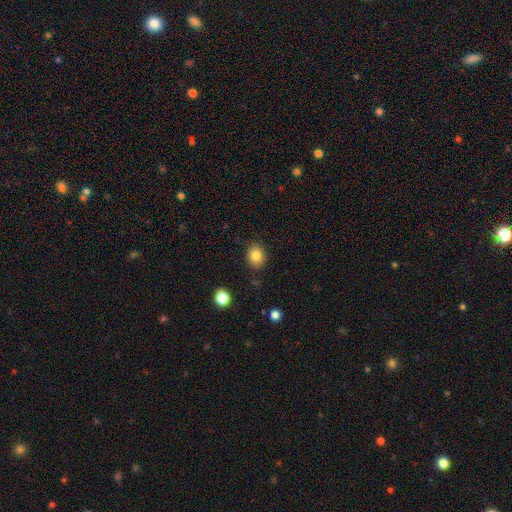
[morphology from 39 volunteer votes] Volunteers were most divided on "how rounded": round: 62%, in between: 38%, cigar-shaped: 0%. More confident: merging — none (89%); smooth or featured — smooth (82%).